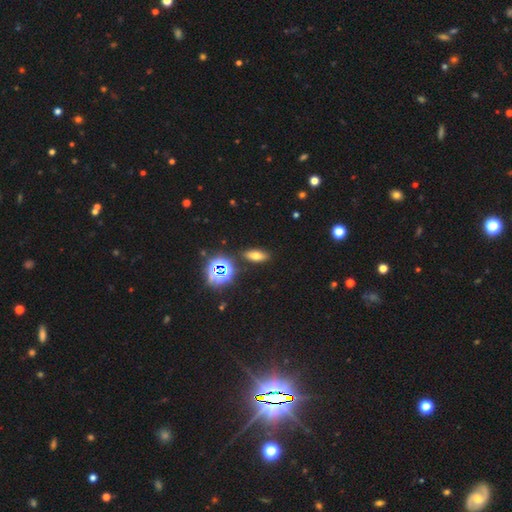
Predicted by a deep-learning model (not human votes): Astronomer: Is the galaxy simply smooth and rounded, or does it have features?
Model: smooth — 58%.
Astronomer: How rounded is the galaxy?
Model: in between — 75%.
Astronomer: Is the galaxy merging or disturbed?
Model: none — 87%.